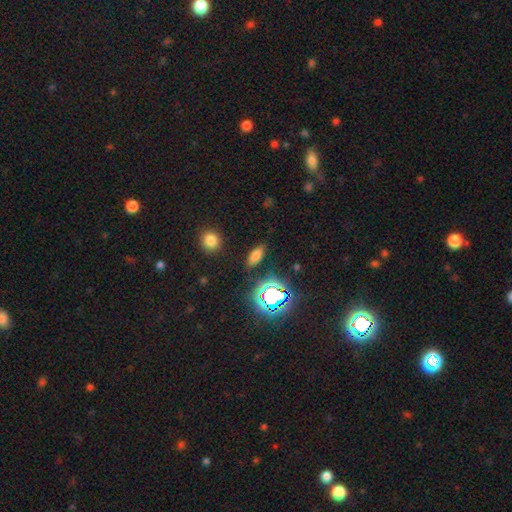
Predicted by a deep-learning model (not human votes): This appears to be a smooth galaxy with no disk features (68%) that is in between round and cigar-shaped (76%). Merging: none (84%).